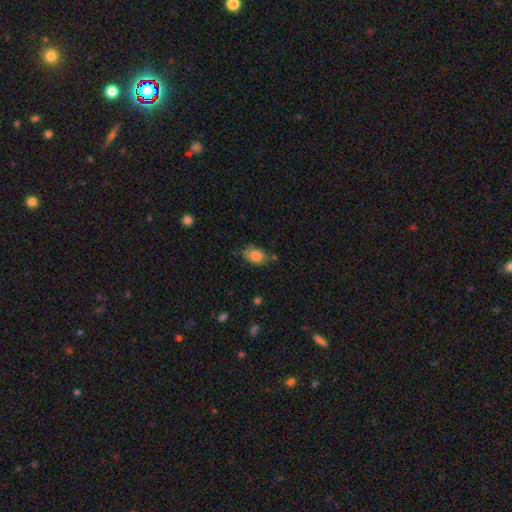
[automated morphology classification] Smooth or featured? smooth (74%)
How rounded? in between (89%)
Merging? none (62%)